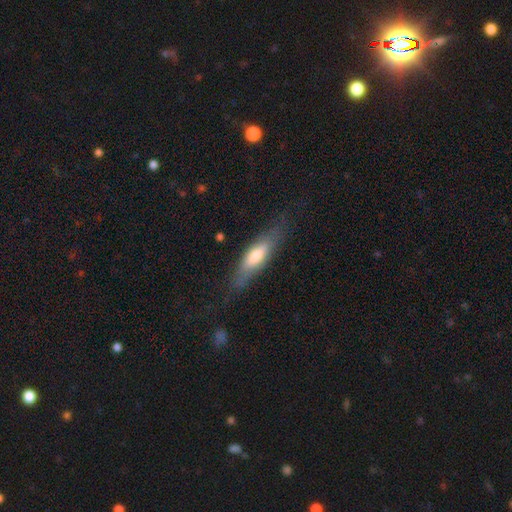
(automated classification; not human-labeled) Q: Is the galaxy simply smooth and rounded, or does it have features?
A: smooth — 57%.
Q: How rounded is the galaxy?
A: cigar-shaped — 60%.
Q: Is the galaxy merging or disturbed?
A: none — 70%.